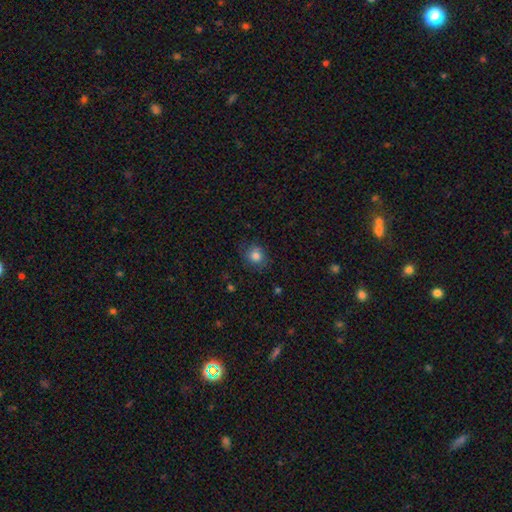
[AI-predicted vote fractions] This appears to be a smooth galaxy with no disk features (82%) that is round (78%). Merging: none (78%).